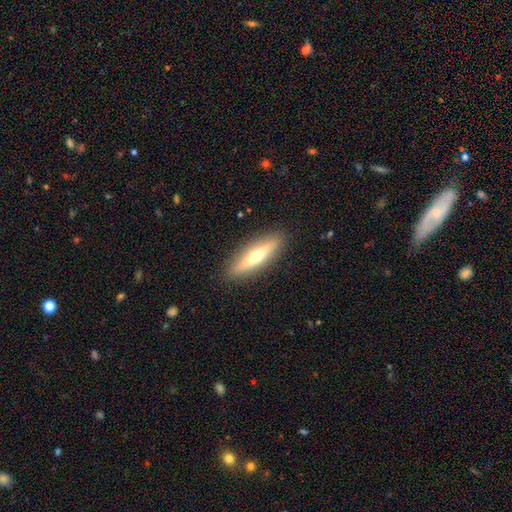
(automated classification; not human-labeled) Overall: smooth (49%; featured or disk 45%). Merging: none (90%).